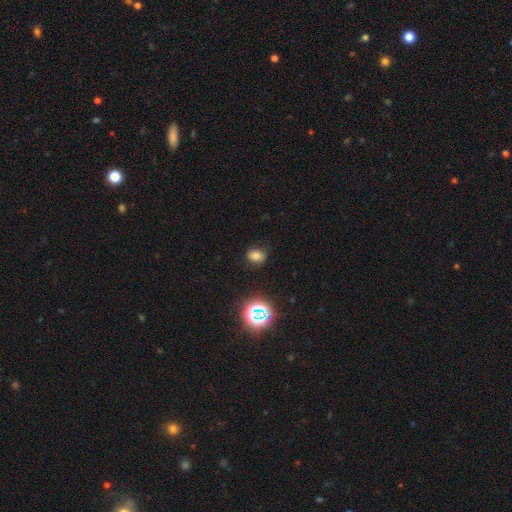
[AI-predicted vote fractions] Q: Smooth or featured?
A: smooth (71%); runner-up: star or artifact (20%)
Q: How rounded?
A: in between (61%); runner-up: round (38%)
Q: Merging?
A: none (80%); runner-up: minor disturbance (14%)